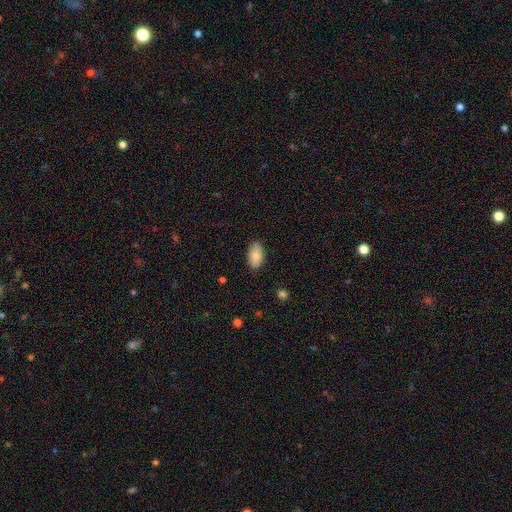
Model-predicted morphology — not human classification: The model was most divided on "smooth or featured": smooth: 85%, featured or disk: 8%, star or artifact: 6%. More confident: how rounded — in between (94%); merging — none (87%).